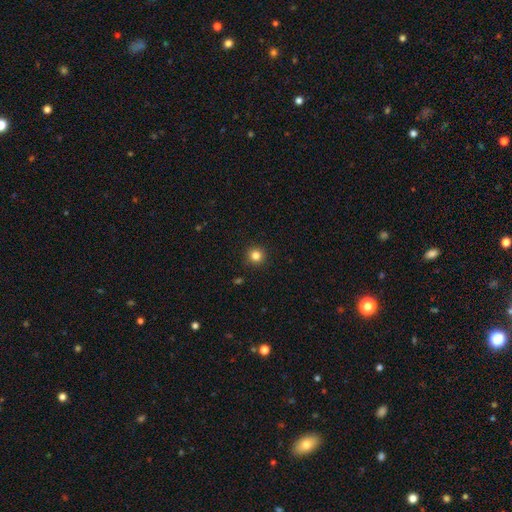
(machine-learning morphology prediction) Smooth or featured?
  - smooth: 83% *
  - star or artifact: 12%
  - featured or disk: 5%
How rounded?
  - round: 95% *
  - in between: 4%
  - cigar-shaped: 1%
Merging?
  - none: 92% *
  - minor disturbance: 5%
  - major disturbance: 2%
  - merger: 1%